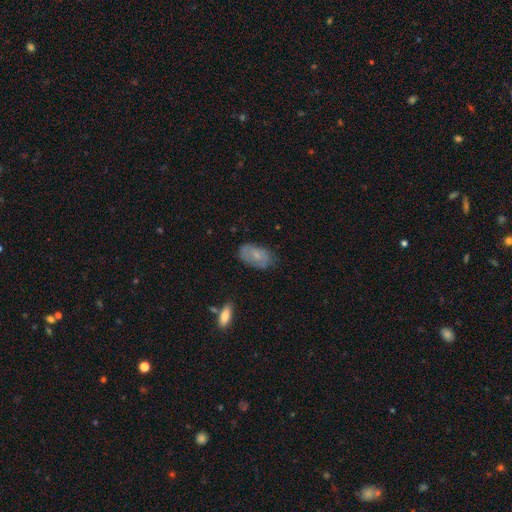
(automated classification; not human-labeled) smooth_or_featured: smooth (p=0.62) [alt: featured or disk p=0.30]
how_rounded: in between (p=0.92) [alt: round p=0.06]
merging: none (p=0.69) [alt: minor disturbance p=0.23]